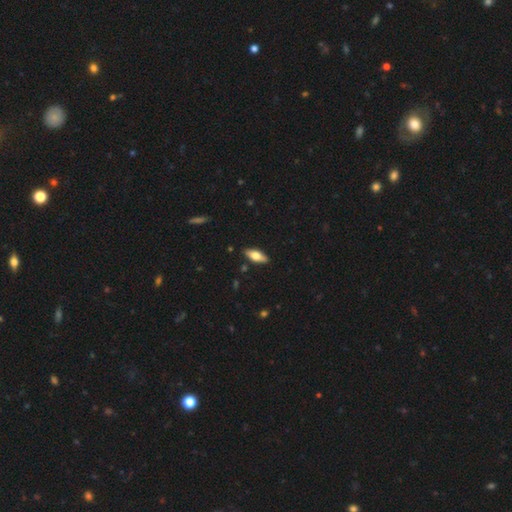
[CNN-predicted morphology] Overall: smooth (63%; featured or disk 31%). How rounded: in between (75%). Merging: none (87%).